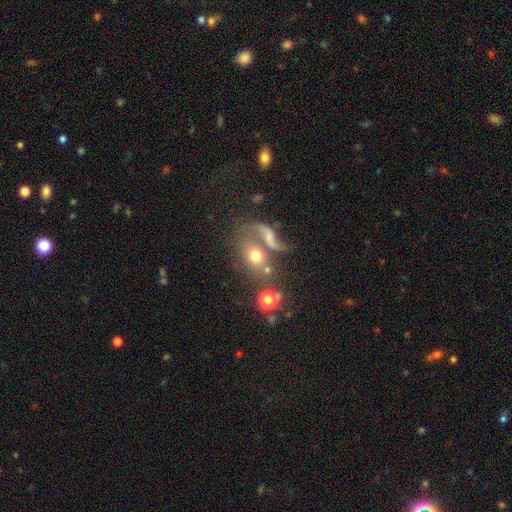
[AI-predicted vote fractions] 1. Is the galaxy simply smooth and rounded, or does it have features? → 52% smooth, 33% featured or disk, 14% star or artifact.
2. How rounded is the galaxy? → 51% in between, 46% round, 3% cigar-shaped.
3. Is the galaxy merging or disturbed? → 40% merger, 32% none, 16% major disturbance, 12% minor disturbance.